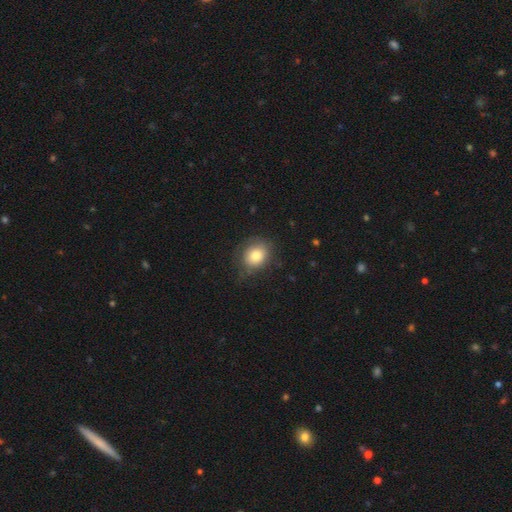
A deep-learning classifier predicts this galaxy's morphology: Q: Smooth or featured?
A: smooth (76%); runner-up: featured or disk (15%)
Q: How rounded?
A: round (58%); runner-up: in between (41%)
Q: Merging?
A: none (70%); runner-up: minor disturbance (20%)